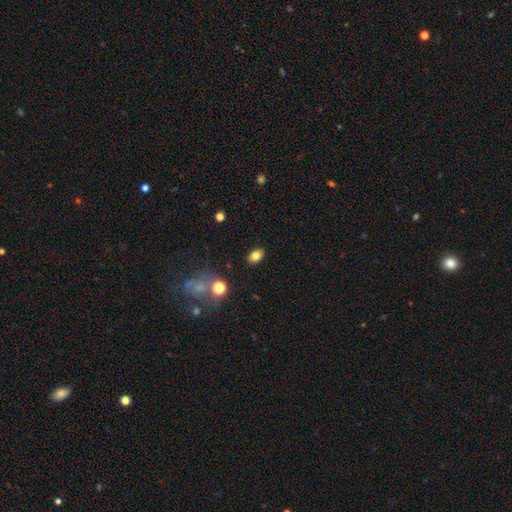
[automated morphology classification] This is clearly a smooth galaxy (81%). How rounded: clearly in between (81%). Merging: clearly none (86%).